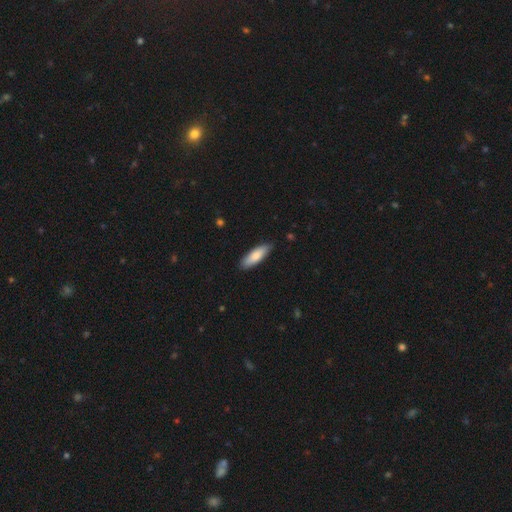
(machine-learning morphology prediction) Smooth or featured?
  - smooth: 81% *
  - featured or disk: 14%
  - star or artifact: 5%
How rounded?
  - in between: 54% *
  - cigar-shaped: 44%
  - round: 2%
Merging?
  - none: 85% *
  - minor disturbance: 12%
  - major disturbance: 2%
  - merger: 1%